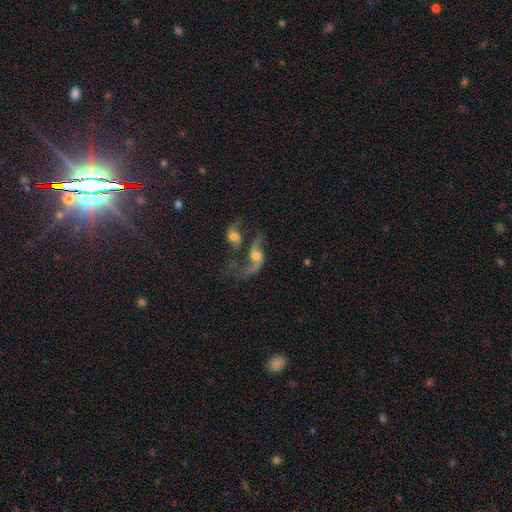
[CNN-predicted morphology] Overall: featured or disk (76%). Edge-on disk: no (95%). Bar: no (63%; weak 29%). Spiral arms: yes (88%). Spiral arm count: 2 (76%). Spiral winding: loose (77%). Bulge size: moderate (57%; small 21%). Merging: merger (57%; major disturbance 18%).